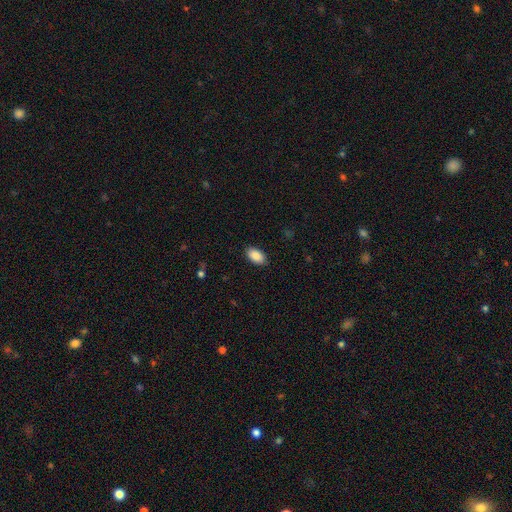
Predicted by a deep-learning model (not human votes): Morphology: type=smooth (89%); roundness=in between (94%); merging=none (89%).